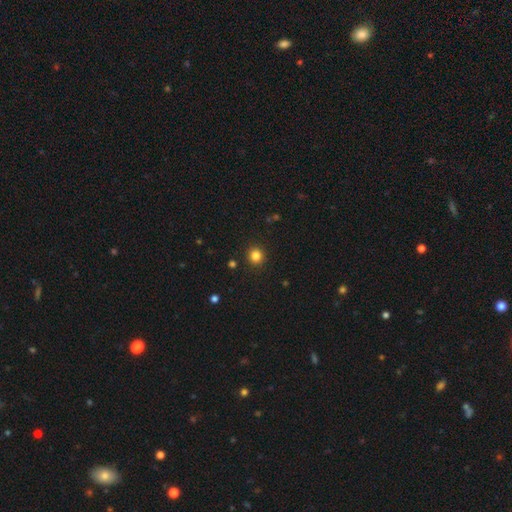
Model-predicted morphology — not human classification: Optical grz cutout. It shows a smooth galaxy with no disk features (83%) that is round (91%). Merging: none (92%).